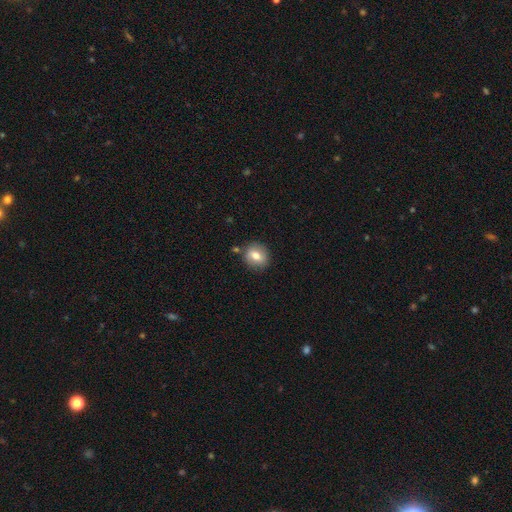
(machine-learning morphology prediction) Q: Smooth or featured?
A: smooth (74%); runner-up: featured or disk (17%)
Q: How rounded?
A: round (75%); runner-up: in between (24%)
Q: Merging?
A: none (83%); runner-up: minor disturbance (10%)